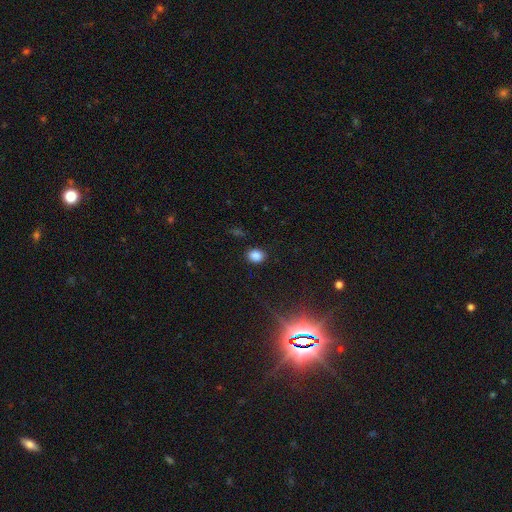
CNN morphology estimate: smooth-or-featured: smooth: 84% | star or artifact: 12% | featured or disk: 4%
  how-rounded: round: 56% | in between: 43% | cigar-shaped: 1%
  merging: none: 88% | minor disturbance: 8% | major disturbance: 3% | merger: 1%